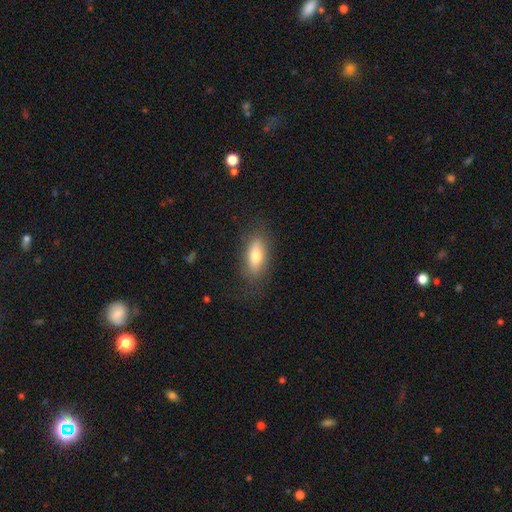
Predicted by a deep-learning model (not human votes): A smooth galaxy with no disk features (72%) that is in between round and cigar-shaped (76%).

Vote fractions:
- Smooth or featured? smooth: 72% / featured or disk: 21% / star or artifact: 7%
- How rounded? in between: 76% / cigar-shaped: 20% / round: 4%
- Merging? none: 81% / minor disturbance: 13% / major disturbance: 5% / merger: 1%